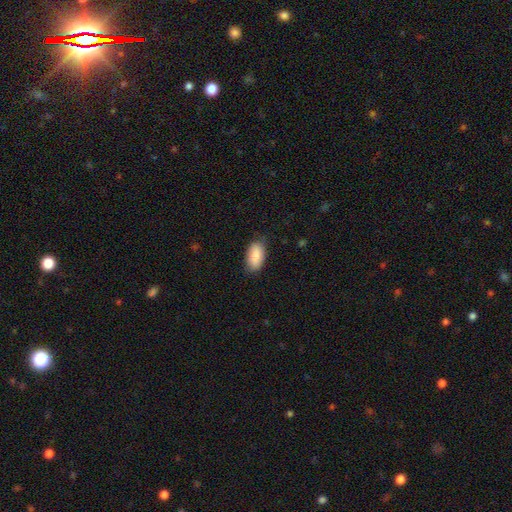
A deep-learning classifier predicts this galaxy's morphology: This is clearly a smooth galaxy (88%). How rounded: clearly in between (93%). Merging: likely none (78%).